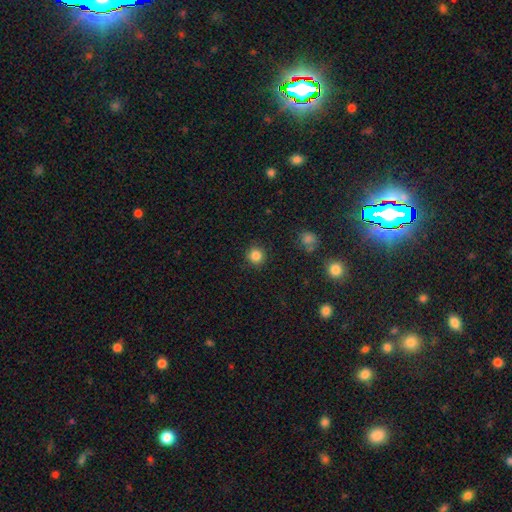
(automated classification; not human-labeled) A smooth galaxy with no disk features (84%) that is round (94%).

Vote fractions:
- Smooth or featured? smooth: 84% / star or artifact: 12% / featured or disk: 4%
- How rounded? round: 94% / in between: 5% / cigar-shaped: 1%
- Merging? none: 90% / minor disturbance: 7% / major disturbance: 2% / merger: 1%